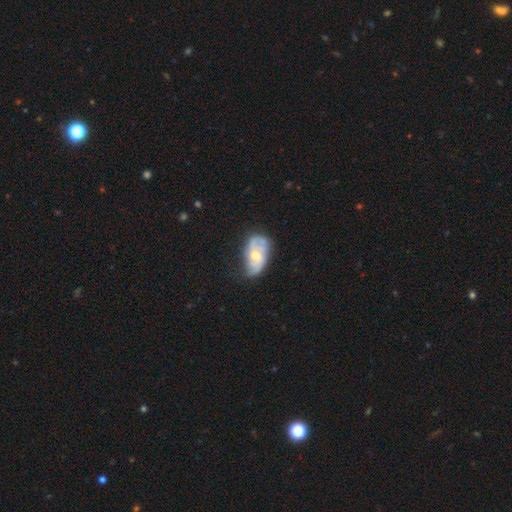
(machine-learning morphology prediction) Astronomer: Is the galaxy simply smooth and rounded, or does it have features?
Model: featured or disk — 63%.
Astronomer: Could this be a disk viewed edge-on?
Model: no — 95%.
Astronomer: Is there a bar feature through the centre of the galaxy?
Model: no — 68%.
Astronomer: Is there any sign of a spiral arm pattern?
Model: yes — 74%.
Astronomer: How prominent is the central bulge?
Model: moderate — 71%.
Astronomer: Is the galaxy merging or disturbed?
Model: none — 52% (runner-up: minor disturbance, 31%).